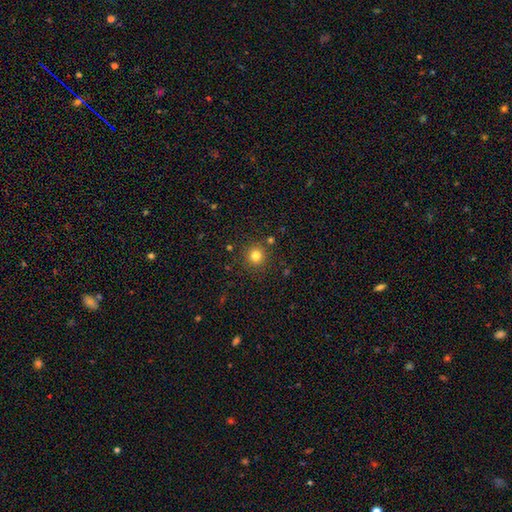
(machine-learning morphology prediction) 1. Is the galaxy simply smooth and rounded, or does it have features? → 81% smooth, 13% star or artifact, 6% featured or disk.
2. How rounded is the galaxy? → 94% round, 5% in between, 1% cigar-shaped.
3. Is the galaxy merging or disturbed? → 87% none, 7% minor disturbance, 3% merger, 3% major disturbance.